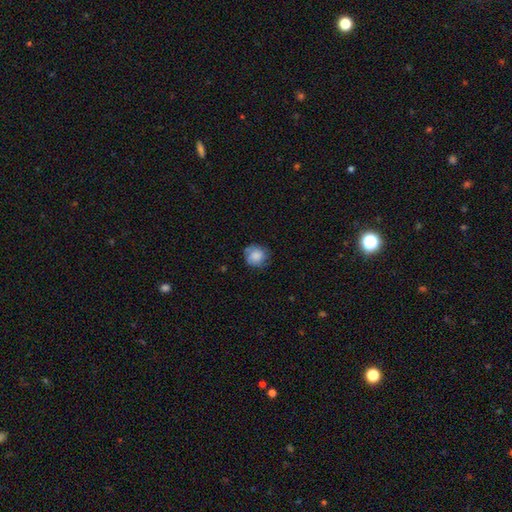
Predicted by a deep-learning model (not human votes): Smooth or featured?
  - smooth: 80% *
  - featured or disk: 12%
  - star or artifact: 8%
How rounded?
  - round: 86% *
  - in between: 13%
  - cigar-shaped: 1%
Merging?
  - none: 73% *
  - minor disturbance: 21%
  - major disturbance: 5%
  - merger: 2%